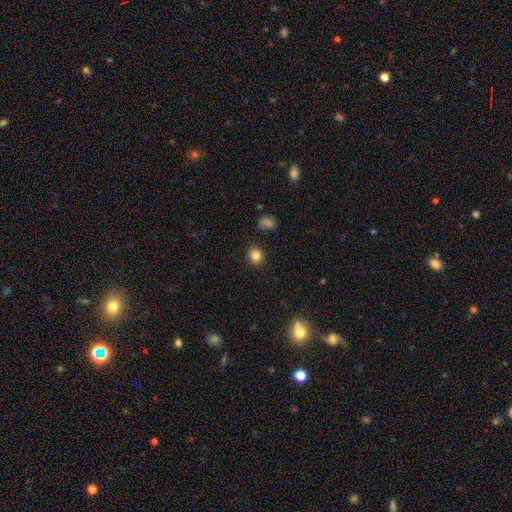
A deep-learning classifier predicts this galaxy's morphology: Smooth or featured? smooth (83%)
How rounded? round (81%)
Merging? none (85%)